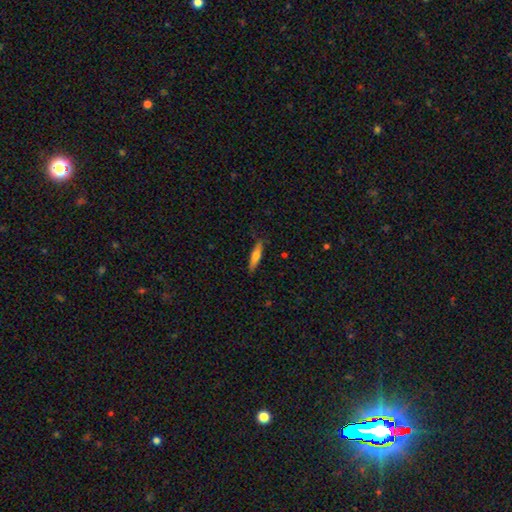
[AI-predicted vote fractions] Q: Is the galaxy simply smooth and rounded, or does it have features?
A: smooth — 66%.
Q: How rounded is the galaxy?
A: cigar-shaped — 80%.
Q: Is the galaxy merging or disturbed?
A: none — 84%.